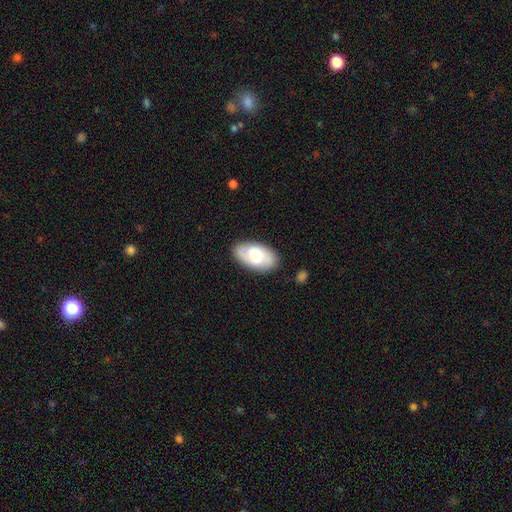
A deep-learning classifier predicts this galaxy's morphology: Smooth or featured? smooth (55%)
How rounded? in between (94%)
Merging? none (81%)